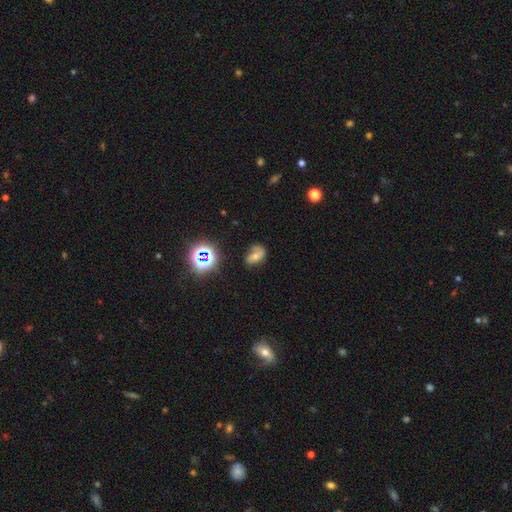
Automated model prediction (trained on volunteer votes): smooth-or-featured: smooth: 42% | featured or disk: 38% | star or artifact: 20%
  merging: none: 44% | minor disturbance: 31% | major disturbance: 19% | merger: 6%